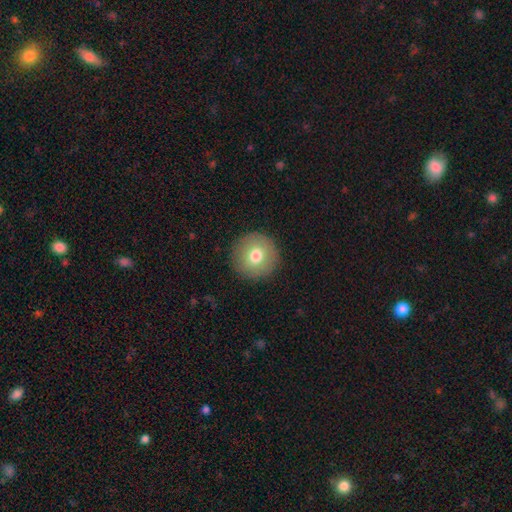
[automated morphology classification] type=smooth (74%); roundness=round (96%); merging=none (91%).